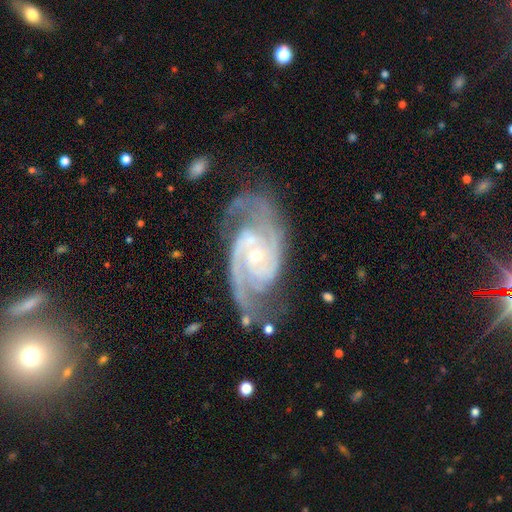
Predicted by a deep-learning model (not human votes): featured or disk 93%, star or artifact 4%, smooth 2%. Down the decision tree: edge-on disk — no (97%); bar — no (64%); spiral arms — yes (99%); spiral arm count — 2 (78%); spiral winding — tight (47%); bulge size — small (66%); merging — none (73%).